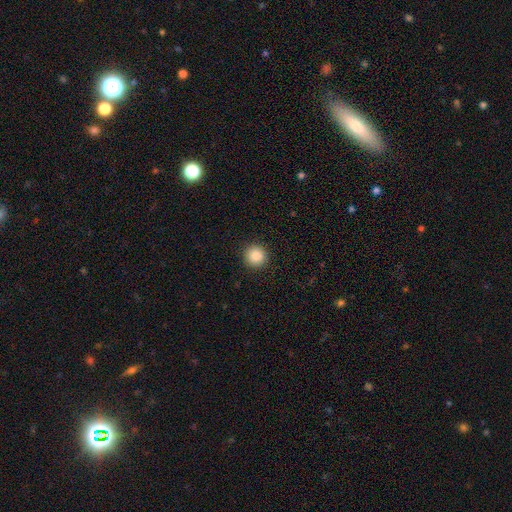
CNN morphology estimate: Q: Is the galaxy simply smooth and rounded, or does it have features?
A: smooth — 87%.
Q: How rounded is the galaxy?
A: round — 94%.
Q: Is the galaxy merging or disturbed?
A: none — 92%.